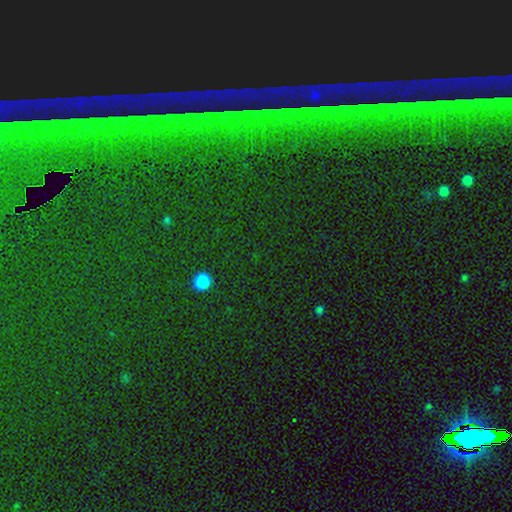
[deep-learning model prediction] The model was most divided on "smooth or featured": star or artifact: 83%, smooth: 9%, featured or disk: 8%.